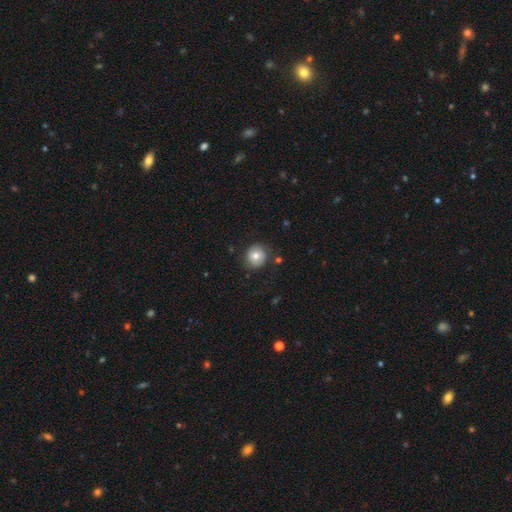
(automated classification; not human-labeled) This appears to be a smooth galaxy with no disk features (72%) that is round (86%). Merging: none (80%).